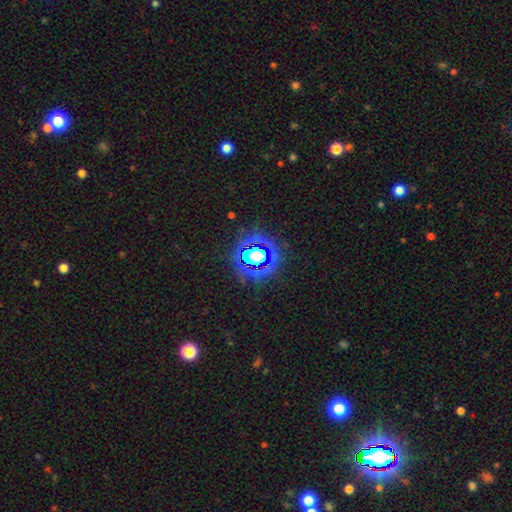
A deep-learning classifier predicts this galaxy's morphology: This appears to be a star or artifact, not a galaxy (67%).